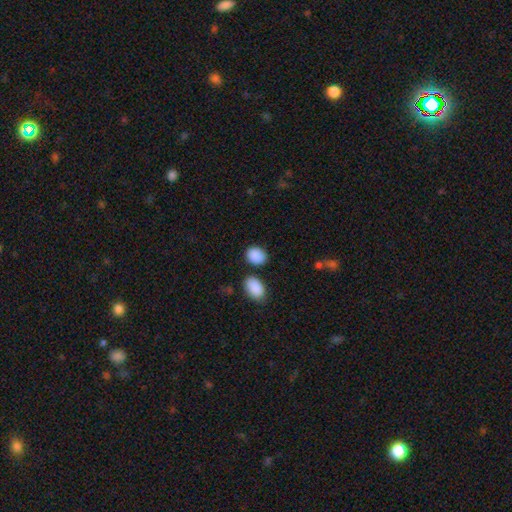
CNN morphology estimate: This appears to be a smooth galaxy with no disk features (89%) that is in between round and cigar-shaped (64%). Merging: none (76%).